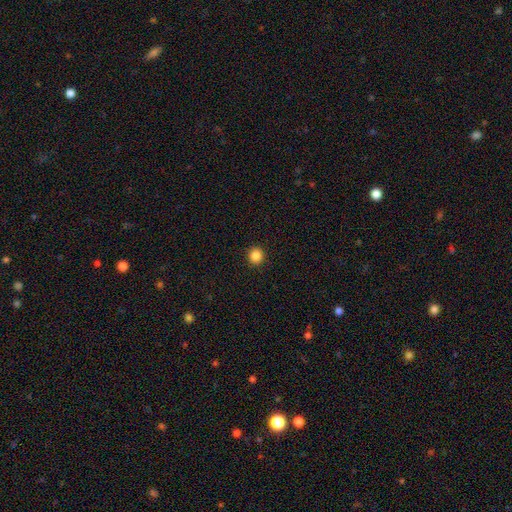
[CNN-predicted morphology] Smooth or featured? smooth (86%)
How rounded? round (91%)
Merging? none (93%)